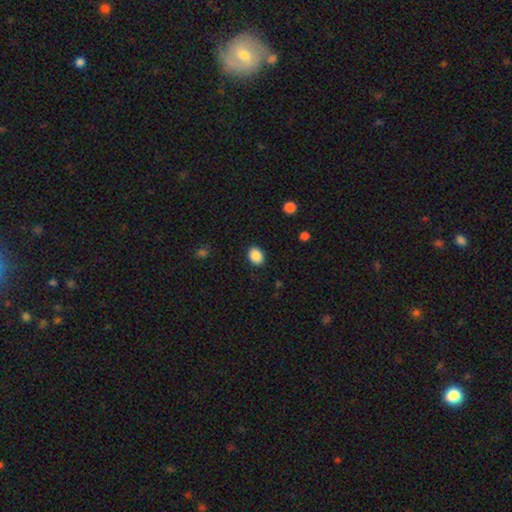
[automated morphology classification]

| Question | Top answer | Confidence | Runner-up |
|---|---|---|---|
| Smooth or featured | smooth | 89% | star or artifact (8%) |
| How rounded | in between | 64% | round (35%) |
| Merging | none | 88% | minor disturbance (9%) |